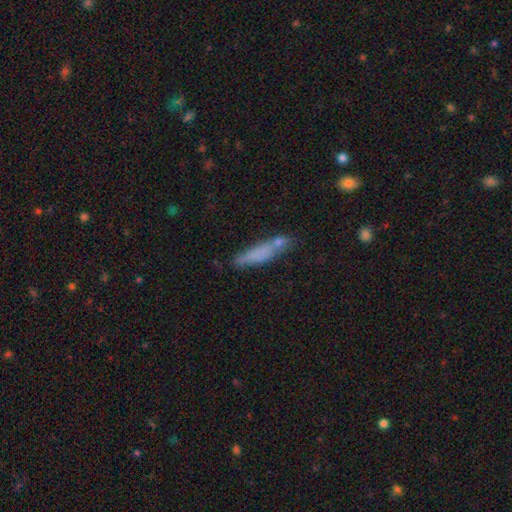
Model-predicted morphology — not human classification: This is likely a smooth galaxy (71%). How rounded: likely cigar-shaped (79%). Merging: possibly none (58%).